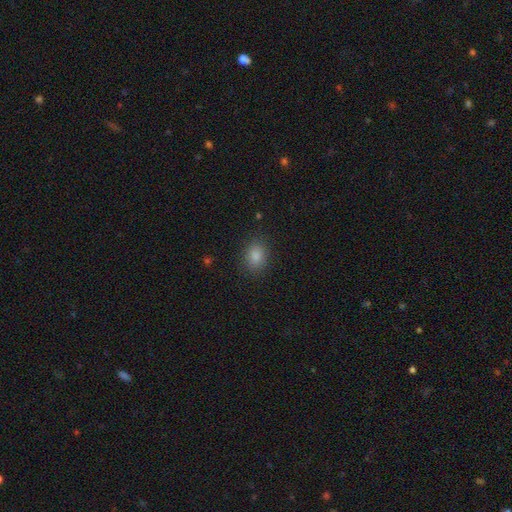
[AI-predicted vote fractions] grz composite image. It shows a smooth galaxy with no disk features (85%) that is in between round and cigar-shaped (64%). Merging: none (85%).